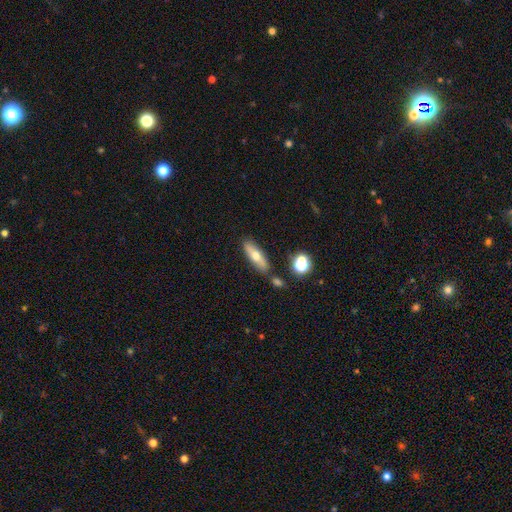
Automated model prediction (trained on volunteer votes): A smooth galaxy with no disk features (56%) that is cigar-shaped (50%).

Vote fractions:
- Smooth or featured? smooth: 56% / featured or disk: 36% / star or artifact: 8%
- How rounded? cigar-shaped: 50% / in between: 46% / round: 4%
- Merging? none: 80% / minor disturbance: 12% / merger: 5% / major disturbance: 3%